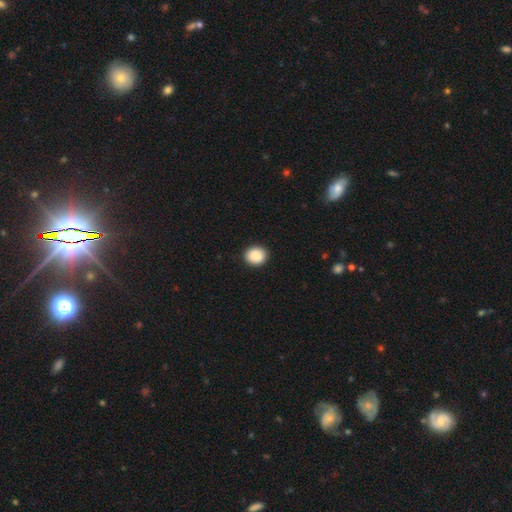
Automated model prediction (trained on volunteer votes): This appears to be a smooth galaxy with no disk features (89%) that is round (74%). Merging: none (92%).